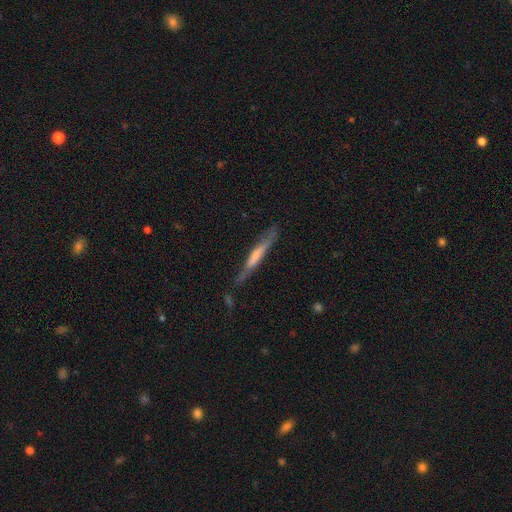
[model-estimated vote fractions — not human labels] Smooth or featured?
  - featured or disk: 53% *
  - smooth: 40%
  - star or artifact: 7%
Edge-on disk?
  - yes: 88% *
  - no: 12%
Merging?
  - none: 66% *
  - minor disturbance: 23%
  - major disturbance: 8%
  - merger: 3%